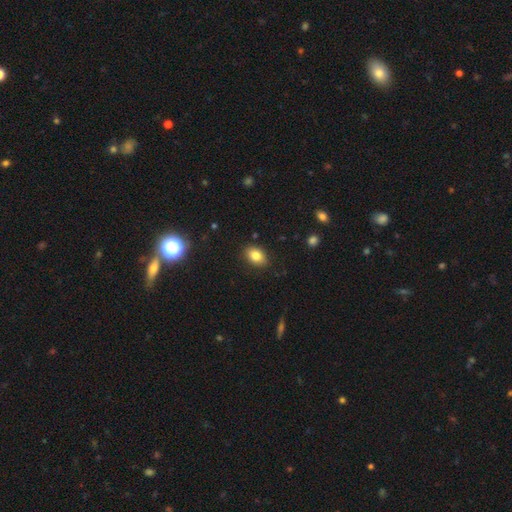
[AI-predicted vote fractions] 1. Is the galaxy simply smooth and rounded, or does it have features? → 82% smooth, 10% star or artifact, 8% featured or disk.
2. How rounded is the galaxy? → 79% in between, 20% round, 1% cigar-shaped.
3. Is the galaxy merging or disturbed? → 86% none, 10% minor disturbance, 2% major disturbance, 1% merger.